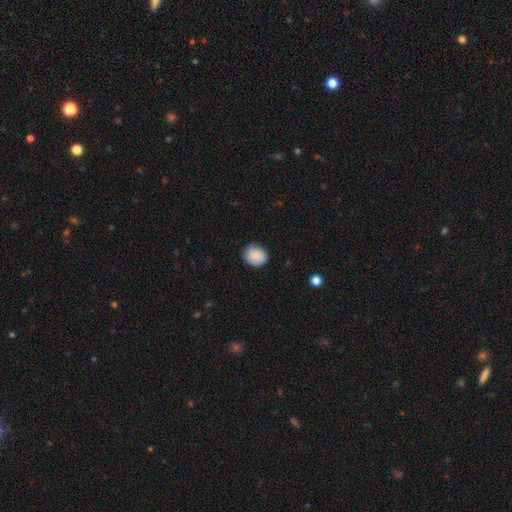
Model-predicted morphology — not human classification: type=smooth (89%); roundness=round (68%); merging=none (85%).